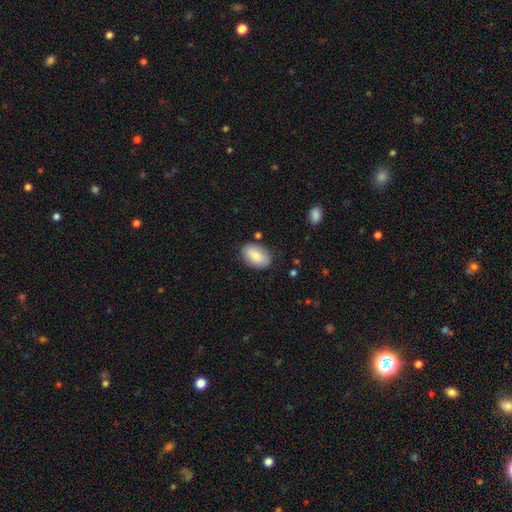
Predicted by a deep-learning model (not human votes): Smooth or featured? Predicted: smooth (p=0.80). How rounded? Predicted: in between (p=0.92). Merging? Predicted: none (p=0.82).